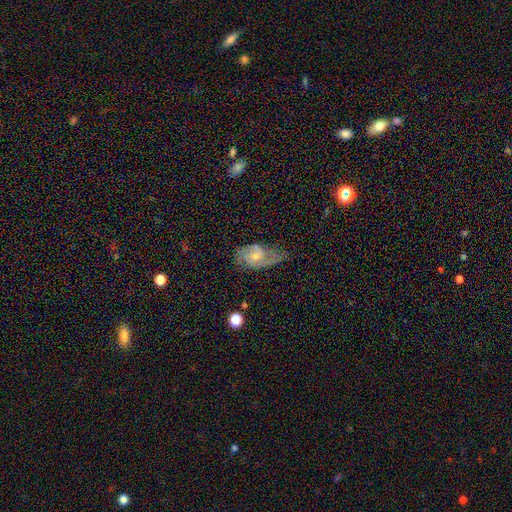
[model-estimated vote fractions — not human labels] A featured or disk galaxy (72%) with no bar (56%), 2 (69%) medium (47%) spiral arms (92%) and a small central bulge (51%).

Vote fractions:
- Smooth or featured? featured or disk: 72% / smooth: 18% / star or artifact: 10%
- Edge-on disk? no: 95% / yes: 5%
- Bar? no: 56% / weak: 38% / strong: 7%
- Spiral arms? yes: 92% / no: 8%
- Spiral winding? medium: 47% / tight: 34% / loose: 19%
- Spiral arm count? 2: 69% / can't tell: 16% / 1: 6% / 3: 5% / 4: 2% / more than 4: 2%
- Bulge size? small: 51% / moderate: 42% / none: 4% / large: 2% / dominant: 1%
- Merging? none: 58% / minor disturbance: 26% / major disturbance: 13% / merger: 2%